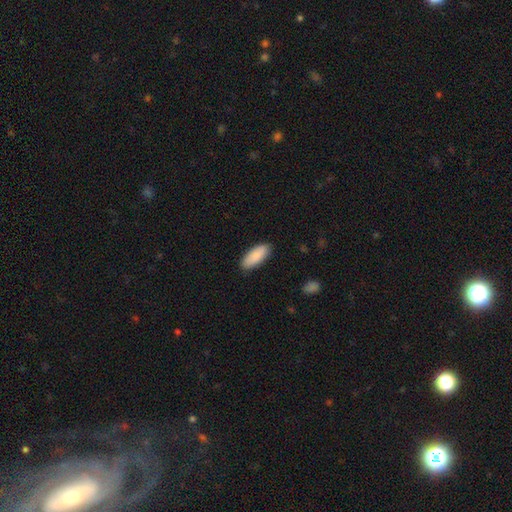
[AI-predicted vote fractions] A smooth galaxy with no disk features (89%) that is in between round and cigar-shaped (81%).

Vote fractions:
- Smooth or featured? smooth: 89% / featured or disk: 6% / star or artifact: 5%
- How rounded? in between: 81% / cigar-shaped: 17% / round: 2%
- Merging? none: 88% / minor disturbance: 9% / major disturbance: 2% / merger: 1%